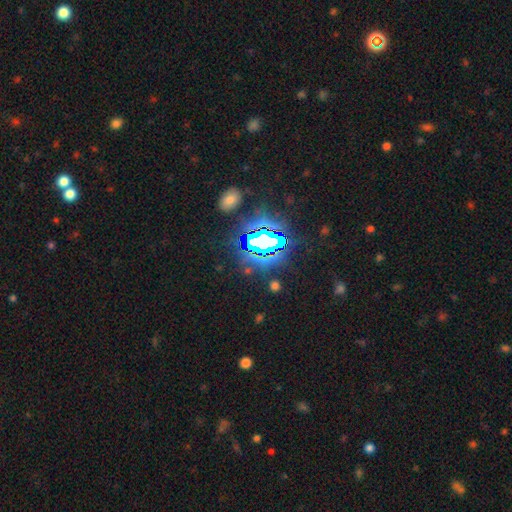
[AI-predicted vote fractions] Smooth or featured? star or artifact (82%)